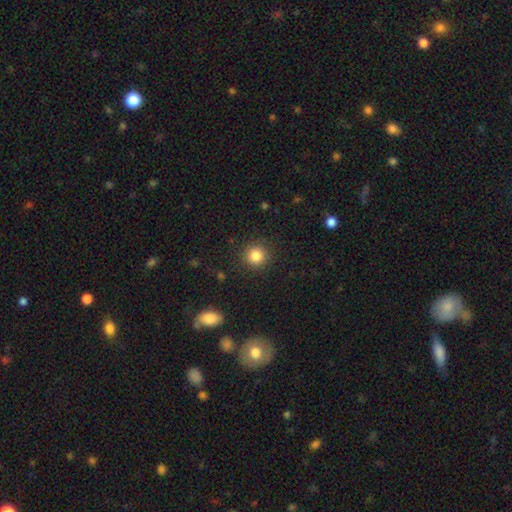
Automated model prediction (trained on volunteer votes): smooth-or-featured: smooth: 84% | star or artifact: 11% | featured or disk: 5%
  how-rounded: round: 93% | in between: 6% | cigar-shaped: 1%
  merging: none: 90% | minor disturbance: 6% | major disturbance: 3% | merger: 1%